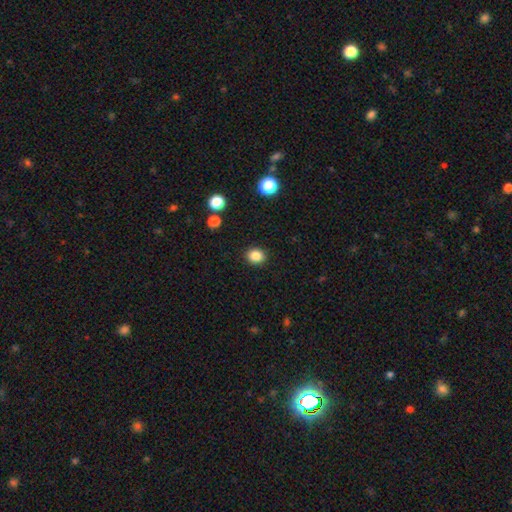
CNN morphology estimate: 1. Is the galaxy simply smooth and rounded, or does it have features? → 85% smooth, 11% star or artifact, 4% featured or disk.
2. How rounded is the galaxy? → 69% round, 30% in between, 1% cigar-shaped.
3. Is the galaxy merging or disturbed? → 91% none, 6% minor disturbance, 2% major disturbance, 1% merger.